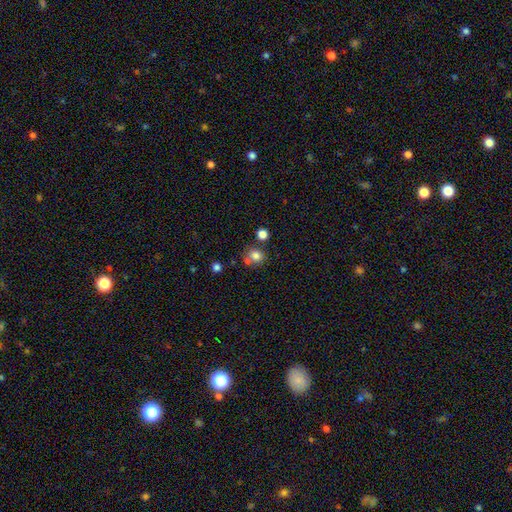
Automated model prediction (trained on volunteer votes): Smooth or featured? smooth (79%)
How rounded? round (77%)
Merging? none (63%)